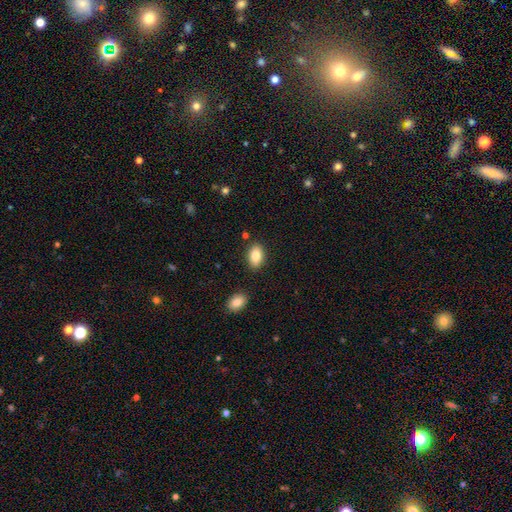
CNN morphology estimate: The model was most divided on "smooth or featured": smooth: 84%, featured or disk: 9%, star or artifact: 7%. More confident: how rounded — in between (91%); merging — none (85%).